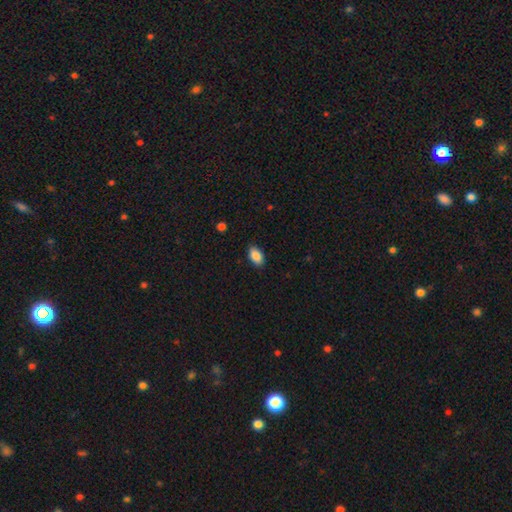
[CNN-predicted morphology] smooth_or_featured: smooth (p=0.88) [alt: star or artifact p=0.07]
how_rounded: in between (p=0.92) [alt: round p=0.06]
merging: none (p=0.87) [alt: minor disturbance p=0.10]